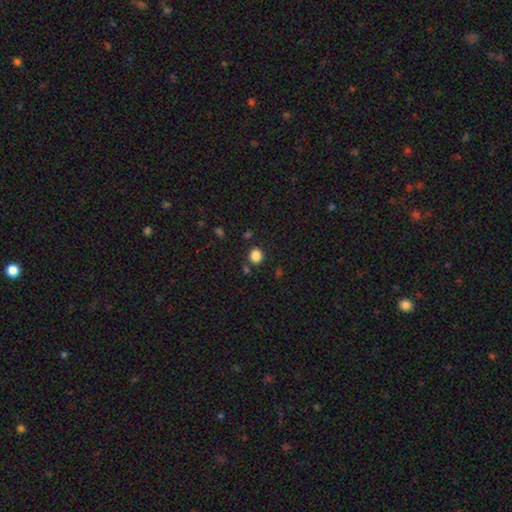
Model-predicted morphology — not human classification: Smooth or featured?
  - smooth: 85% *
  - star or artifact: 11%
  - featured or disk: 4%
How rounded?
  - round: 79% *
  - in between: 20%
  - cigar-shaped: 1%
Merging?
  - none: 84% *
  - minor disturbance: 8%
  - merger: 6%
  - major disturbance: 3%